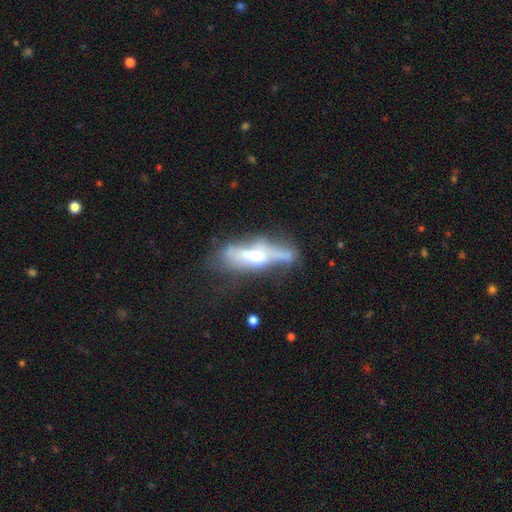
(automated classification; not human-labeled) Smooth or featured? Predicted: featured or disk (p=0.59). Edge-on disk? Predicted: no (p=0.54). Merging? Predicted: major disturbance (p=0.29).